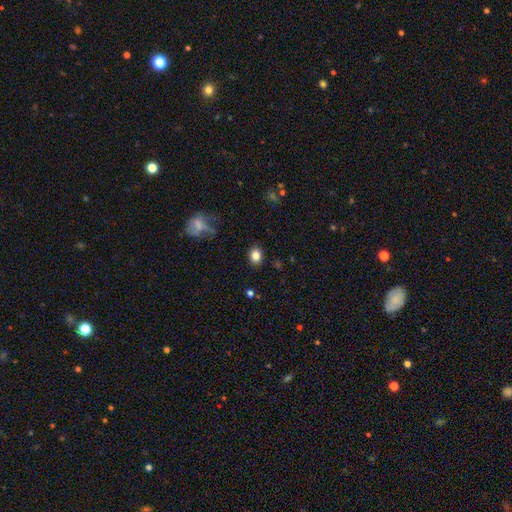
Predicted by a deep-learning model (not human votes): Overall: smooth (83%). How rounded: round (58%; in between 41%). Merging: none (88%).